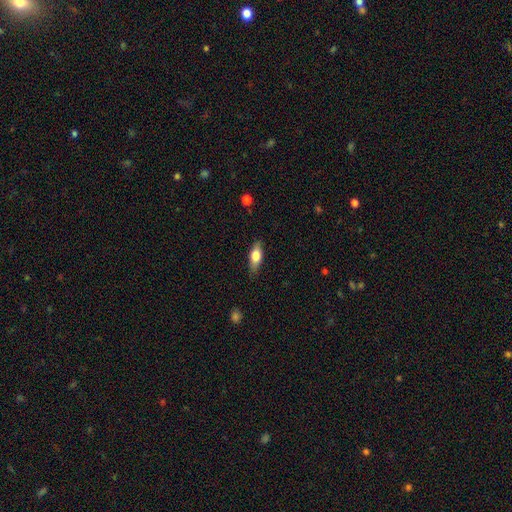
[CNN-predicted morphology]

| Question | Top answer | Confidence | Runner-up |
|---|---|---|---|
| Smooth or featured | smooth | 71% | featured or disk (22%) |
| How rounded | in between | 75% | cigar-shaped (22%) |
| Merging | none | 81% | minor disturbance (15%) |